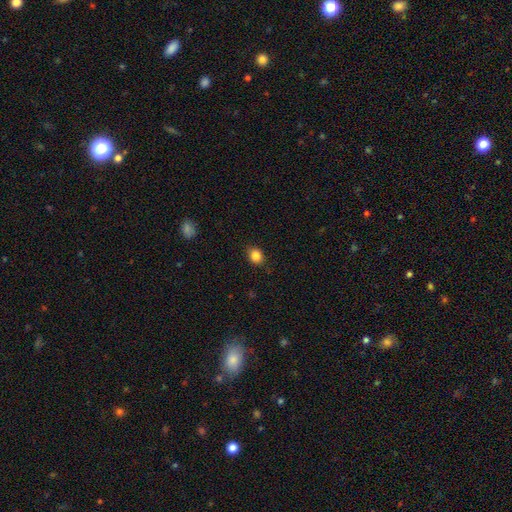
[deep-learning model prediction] Smooth or featured? Predicted: smooth (p=0.85). How rounded? Predicted: round (p=0.64). Merging? Predicted: none (p=0.86).